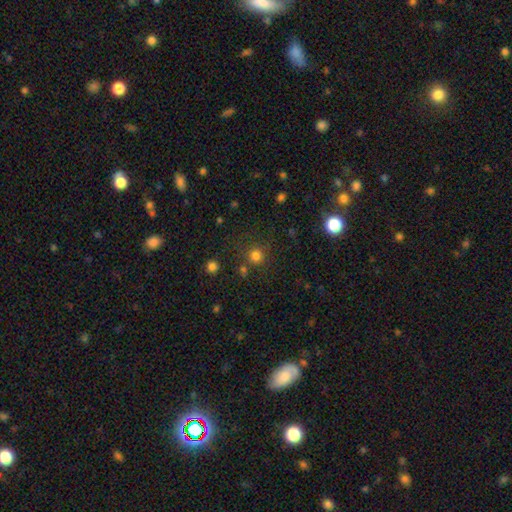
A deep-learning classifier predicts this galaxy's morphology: smooth_or_featured: smooth (p=0.78) [alt: star or artifact p=0.17]
how_rounded: round (p=0.94) [alt: in between p=0.05]
merging: none (p=0.81) [alt: minor disturbance p=0.08]